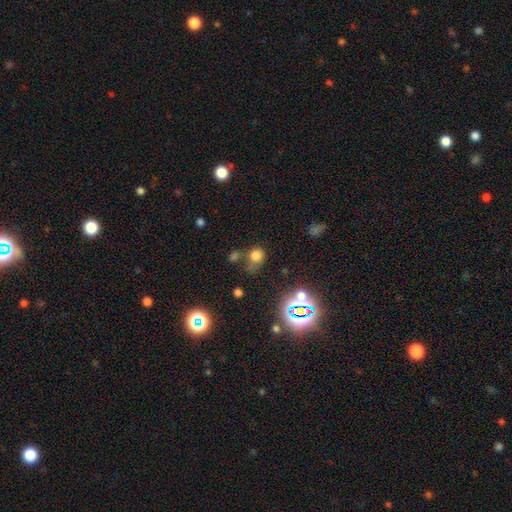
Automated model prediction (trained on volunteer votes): This is likely a smooth galaxy (70%). How rounded: possibly round (60%). Merging: possibly none (47%).